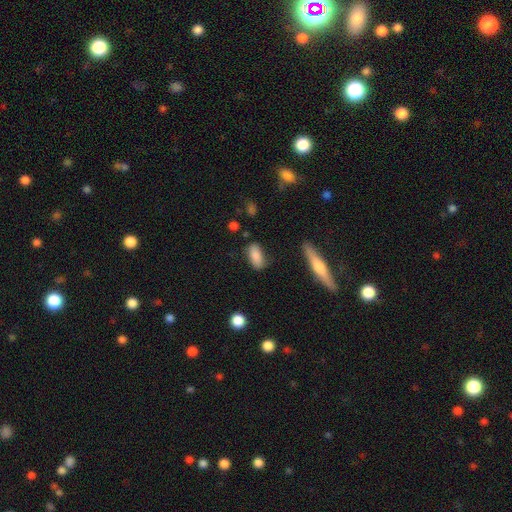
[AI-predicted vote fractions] smooth 84%, featured or disk 8%, star or artifact 7%. Down the decision tree: how rounded — in between (84%); merging — none (76%).